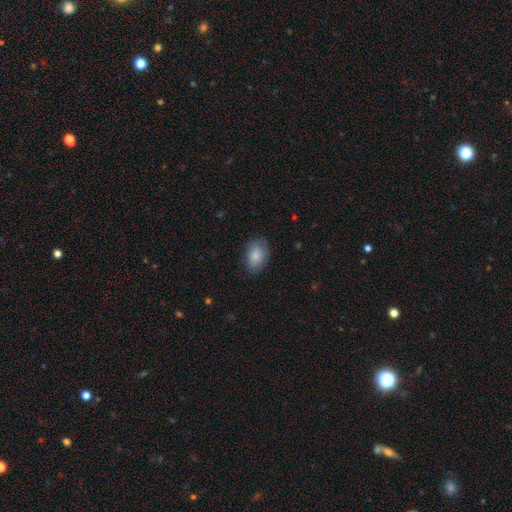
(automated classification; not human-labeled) Overall: smooth (84%). How rounded: in between (84%). Merging: none (78%).